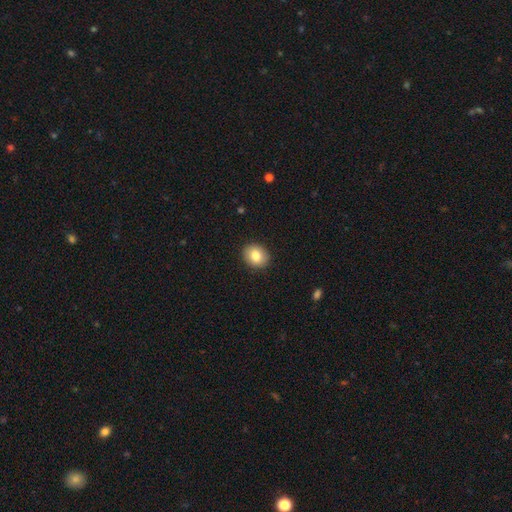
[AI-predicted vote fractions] Q: Smooth or featured?
A: smooth (83%); runner-up: featured or disk (9%)
Q: How rounded?
A: round (63%); runner-up: in between (36%)
Q: Merging?
A: none (91%); runner-up: minor disturbance (7%)